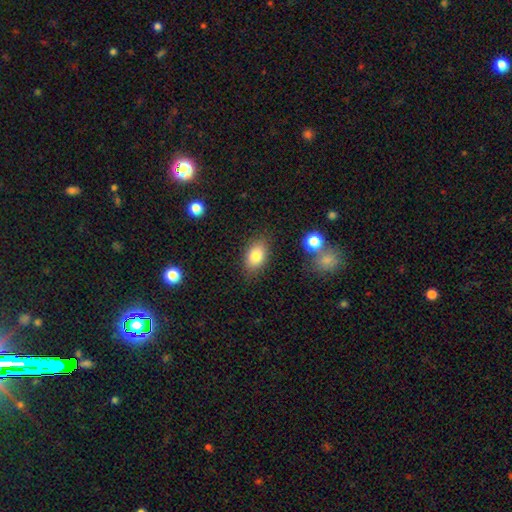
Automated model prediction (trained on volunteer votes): Smooth or featured?
  - smooth: 82% *
  - featured or disk: 9%
  - star or artifact: 9%
How rounded?
  - in between: 85% *
  - round: 13%
  - cigar-shaped: 2%
Merging?
  - none: 81% *
  - minor disturbance: 13%
  - major disturbance: 3%
  - merger: 3%